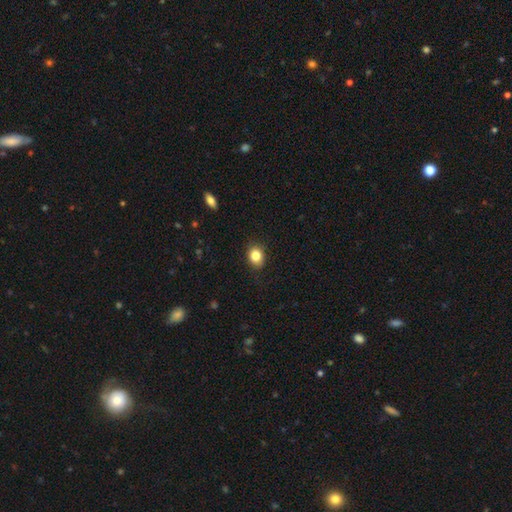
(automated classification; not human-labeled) Smooth or featured: smooth — 84% (star or artifact — 10%)
How rounded: in between — 55% (round — 44%)
Merging: none — 85% (minor disturbance — 11%)